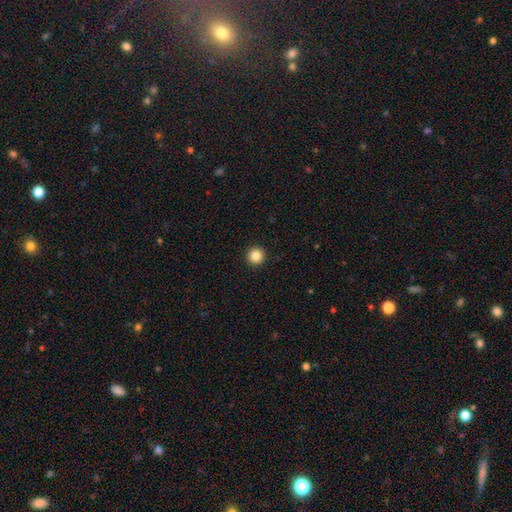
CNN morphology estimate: Smooth or featured: smooth — 85% (star or artifact — 11%)
How rounded: round — 96% (in between — 3%)
Merging: none — 94% (minor disturbance — 4%)